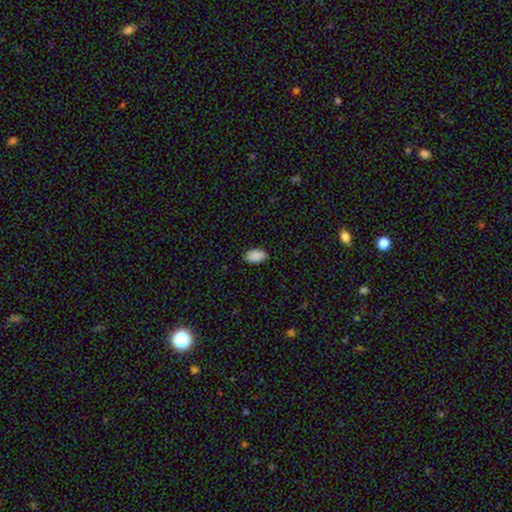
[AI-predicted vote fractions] A smooth galaxy with no disk features (90%) that is in between round and cigar-shaped (94%). Merging: none (83%).